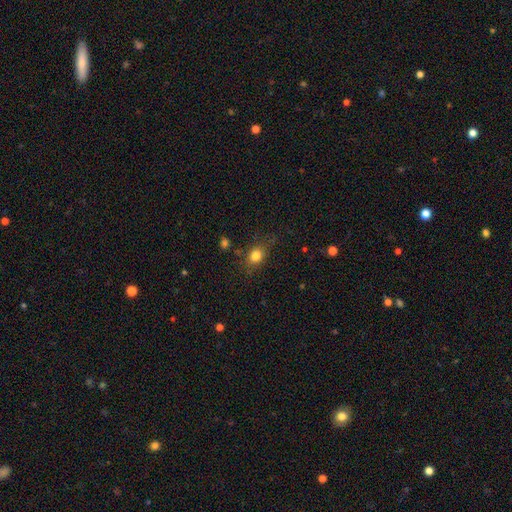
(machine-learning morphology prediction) type=smooth (81%); roundness=in between (55%); merging=none (76%).